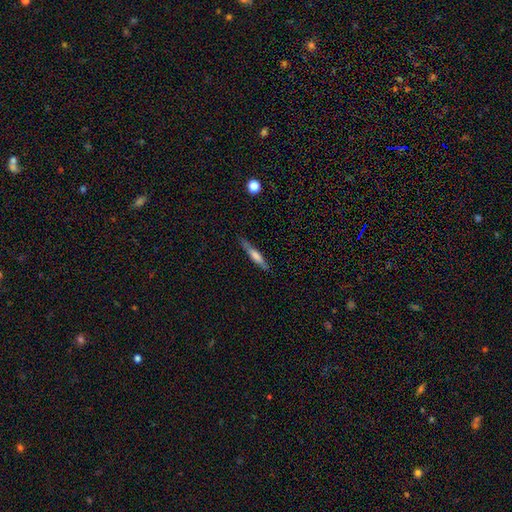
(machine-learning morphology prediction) Overall: smooth (48%; featured or disk 45%). Merging: none (81%).